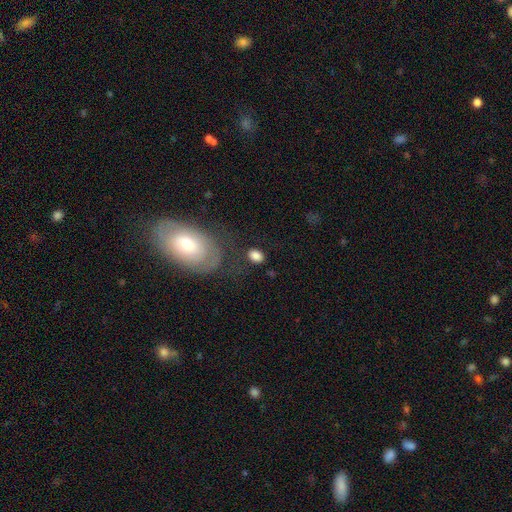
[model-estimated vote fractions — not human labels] Q: Smooth or featured?
A: smooth (82%); runner-up: featured or disk (10%)
Q: How rounded?
A: in between (71%); runner-up: round (27%)
Q: Merging?
A: none (71%); runner-up: minor disturbance (15%)